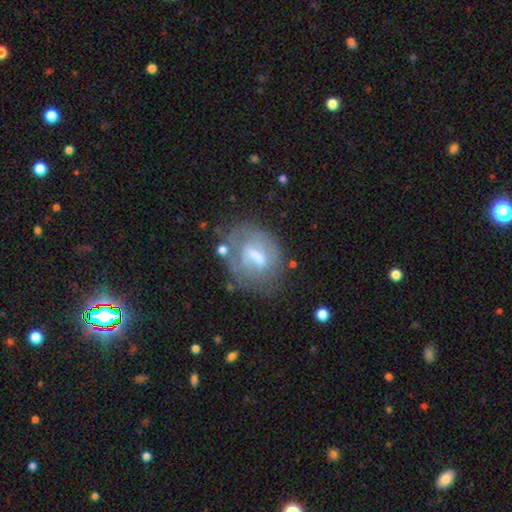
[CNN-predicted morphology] A featured or disk galaxy (59%) with a weak bar (43%), no spiral arms (57%) and a moderate central bulge (43%).

Vote fractions:
- Smooth or featured? featured or disk: 59% / smooth: 32% / star or artifact: 9%
- Edge-on disk? no: 93% / yes: 7%
- Bar? weak: 43% / strong: 37% / no: 20%
- Spiral arms? no: 57% / yes: 43%
- Bulge size? moderate: 43% / small: 24% / none: 20% / large: 12% / dominant: 2%
- Merging? none: 55% / minor disturbance: 23% / major disturbance: 15% / merger: 7%